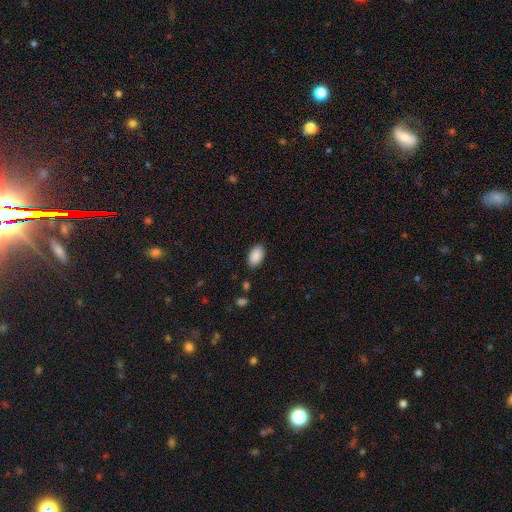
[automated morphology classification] Q: Smooth or featured?
A: smooth (90%); runner-up: star or artifact (7%)
Q: How rounded?
A: in between (94%); runner-up: round (5%)
Q: Merging?
A: none (87%); runner-up: minor disturbance (9%)